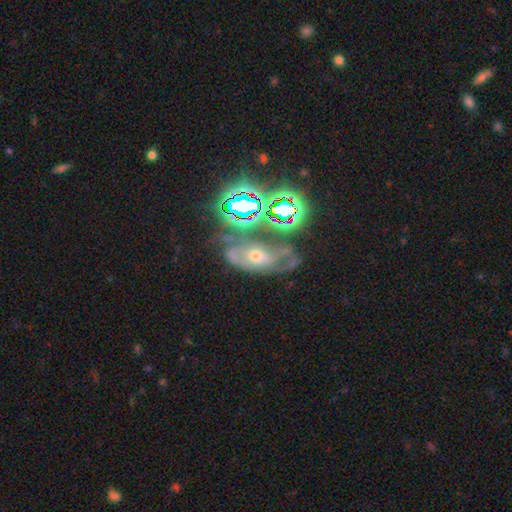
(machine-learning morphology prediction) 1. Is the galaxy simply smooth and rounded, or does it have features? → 54% featured or disk, 30% star or artifact, 16% smooth.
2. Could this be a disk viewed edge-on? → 91% no, 9% yes.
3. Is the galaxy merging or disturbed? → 48% none, 22% minor disturbance, 20% major disturbance, 11% merger.